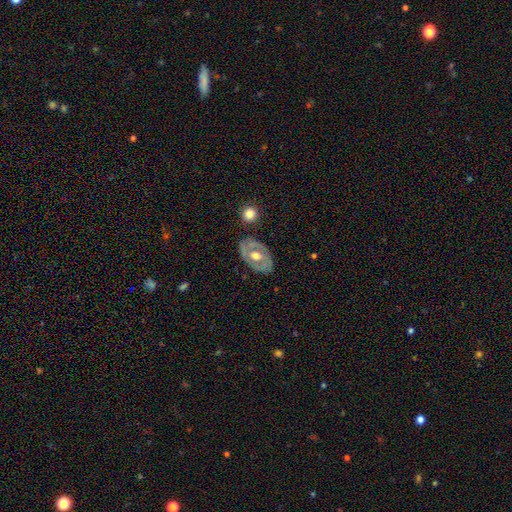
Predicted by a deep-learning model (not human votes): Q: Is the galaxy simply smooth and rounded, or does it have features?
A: featured or disk — 67%.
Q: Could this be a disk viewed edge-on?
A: no — 92%.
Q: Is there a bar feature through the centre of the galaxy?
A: no — 75%.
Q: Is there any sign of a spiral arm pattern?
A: no — 67%.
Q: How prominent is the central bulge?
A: moderate — 75%.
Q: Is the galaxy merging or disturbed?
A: none — 79%.